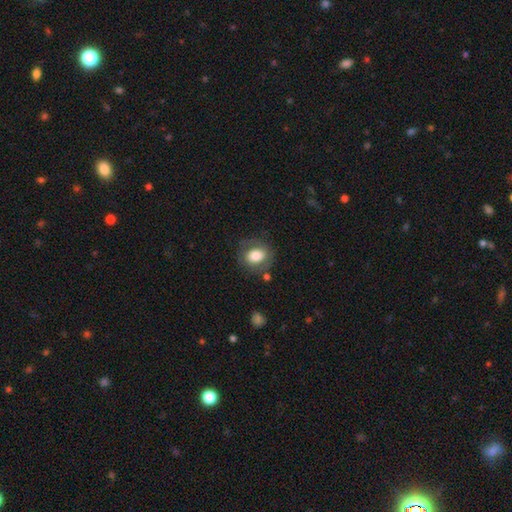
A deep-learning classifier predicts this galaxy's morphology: Q: Smooth or featured?
A: smooth (70%); runner-up: featured or disk (22%)
Q: How rounded?
A: round (52%); runner-up: in between (47%)
Q: Merging?
A: none (71%); runner-up: minor disturbance (17%)